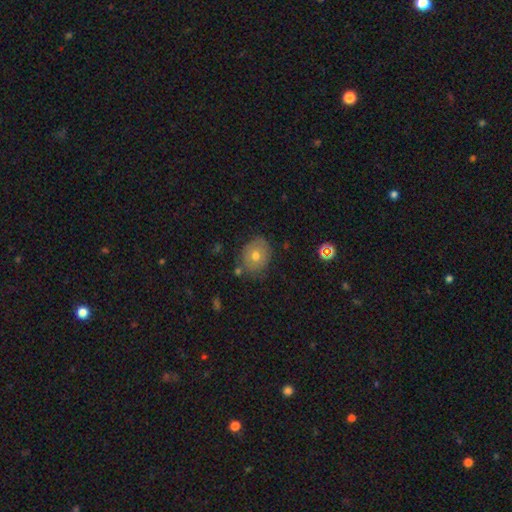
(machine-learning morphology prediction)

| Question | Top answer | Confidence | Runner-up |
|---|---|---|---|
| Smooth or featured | smooth | 63% | featured or disk (25%) |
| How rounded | round | 56% | in between (43%) |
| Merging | none | 75% | minor disturbance (18%) |